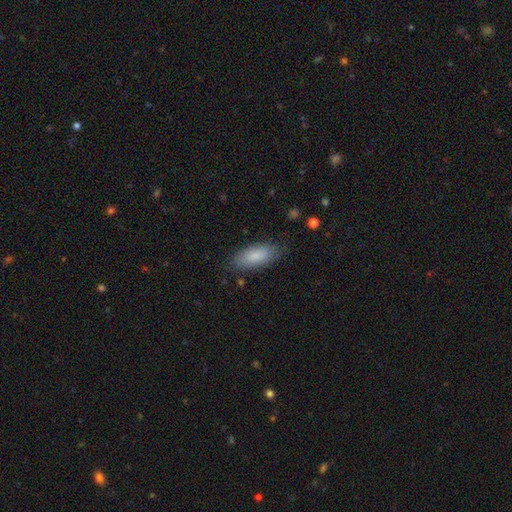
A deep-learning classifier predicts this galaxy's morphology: Smooth or featured: smooth — 86% (featured or disk — 8%)
How rounded: in between — 81% (cigar-shaped — 17%)
Merging: none — 82% (minor disturbance — 14%)